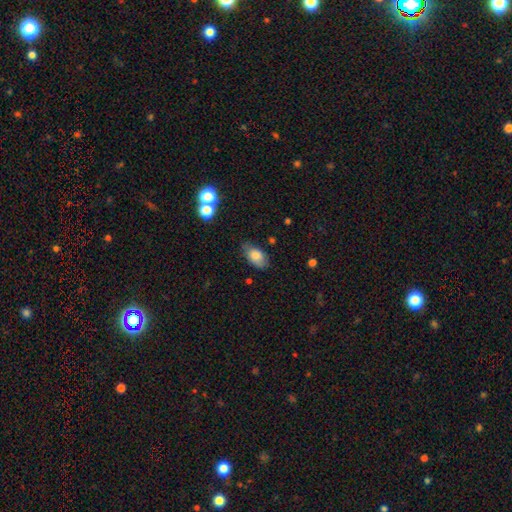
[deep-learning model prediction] The model was most divided on "merging": none: 68%, minor disturbance: 24%, major disturbance: 5%, merger: 2%. More confident: how rounded — in between (90%); smooth or featured — smooth (80%).